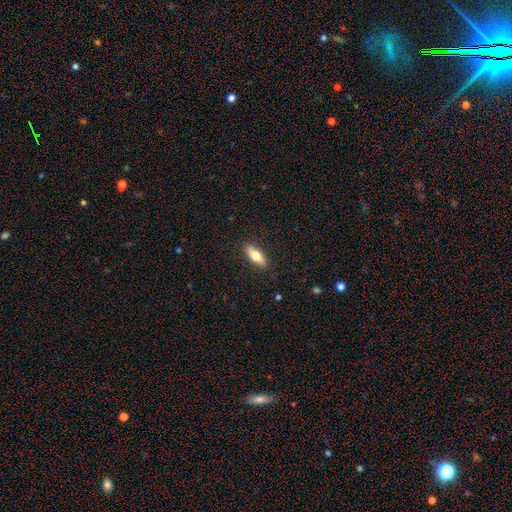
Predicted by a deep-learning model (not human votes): smooth 62%, featured or disk 32%, star or artifact 6%. Down the decision tree: how rounded — in between (56%); merging — none (87%).